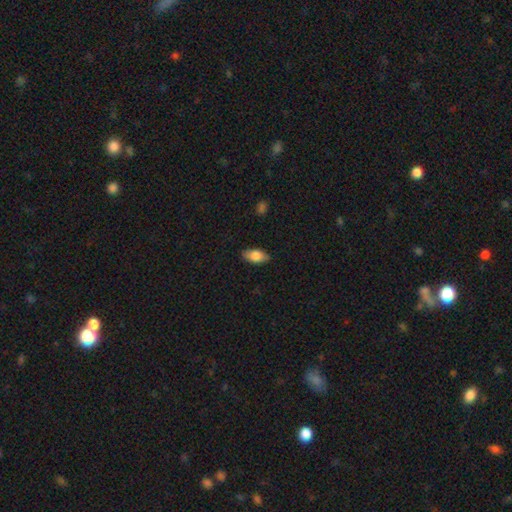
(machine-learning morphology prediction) Smooth or featured?
  - smooth: 75% *
  - featured or disk: 18%
  - star or artifact: 7%
How rounded?
  - in between: 89% *
  - cigar-shaped: 7%
  - round: 4%
Merging?
  - none: 86% *
  - minor disturbance: 11%
  - major disturbance: 2%
  - merger: 1%